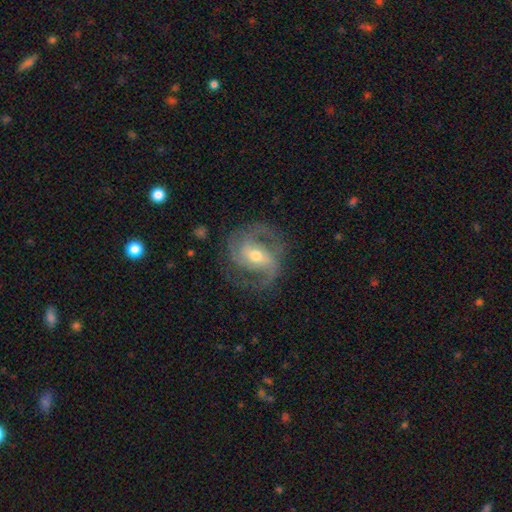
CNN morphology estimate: Smooth or featured? featured or disk (89%)
Edge-on disk? no (97%)
Bar? weak (42%)
Spiral arms? yes (97%)
Spiral winding? medium (53%)
Spiral arm count? 2 (58%)
Bulge size? moderate (58%)
Merging? none (75%)